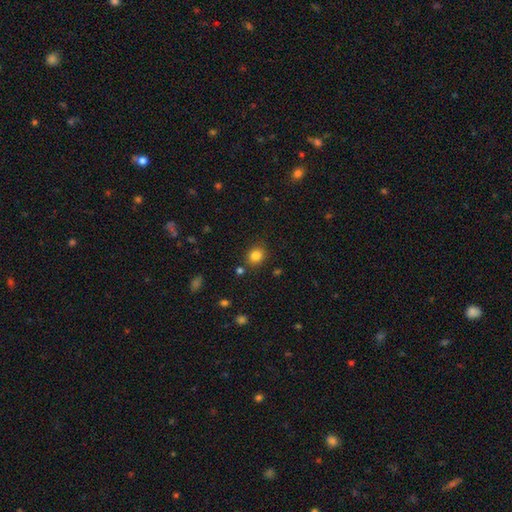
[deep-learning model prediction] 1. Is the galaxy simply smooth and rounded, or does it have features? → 83% smooth, 12% star or artifact, 5% featured or disk.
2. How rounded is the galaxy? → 72% round, 27% in between, 1% cigar-shaped.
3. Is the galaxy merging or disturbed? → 82% none, 10% minor disturbance, 4% merger, 3% major disturbance.